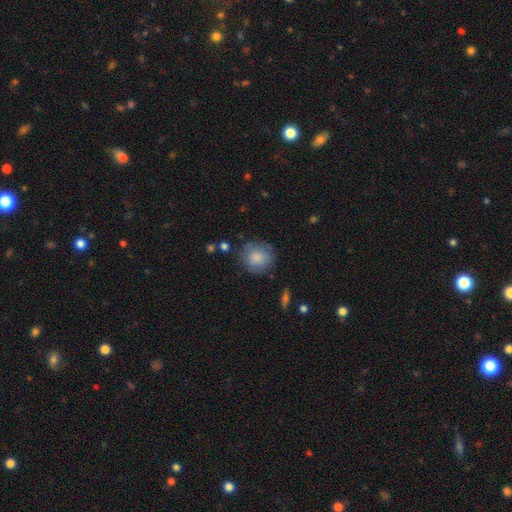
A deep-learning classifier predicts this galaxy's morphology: Overall: smooth (82%). How rounded: round (87%). Merging: none (76%).